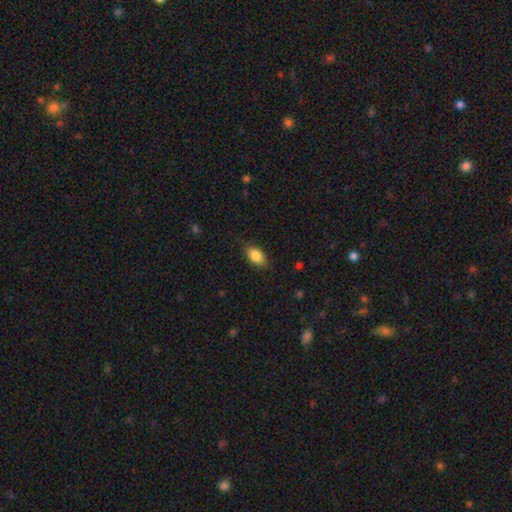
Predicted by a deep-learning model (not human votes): A smooth galaxy with no disk features (84%) that is in between round and cigar-shaped (88%).

Vote fractions:
- Smooth or featured? smooth: 84% / featured or disk: 9% / star or artifact: 7%
- How rounded? in between: 88% / round: 7% / cigar-shaped: 5%
- Merging? none: 80% / minor disturbance: 15% / major disturbance: 3% / merger: 1%